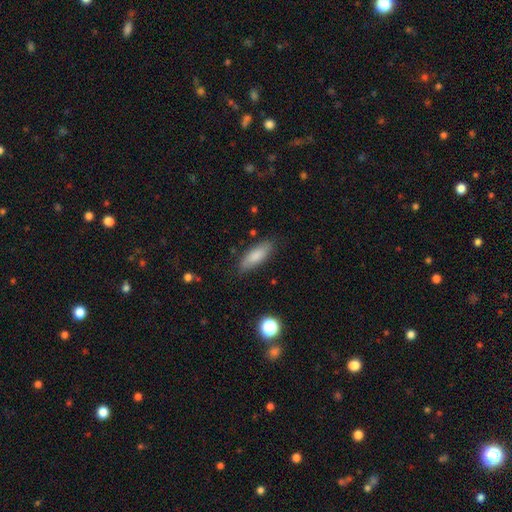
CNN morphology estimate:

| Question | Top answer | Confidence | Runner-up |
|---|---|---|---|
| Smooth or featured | smooth | 82% | featured or disk (11%) |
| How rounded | in between | 62% | cigar-shaped (36%) |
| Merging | none | 81% | minor disturbance (14%) |